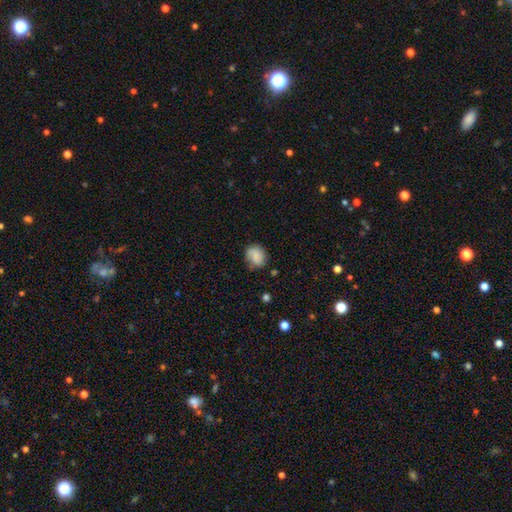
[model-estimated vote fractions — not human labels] smooth 80%, featured or disk 12%, star or artifact 8%. Down the decision tree: how rounded — round (64%); merging — none (67%).